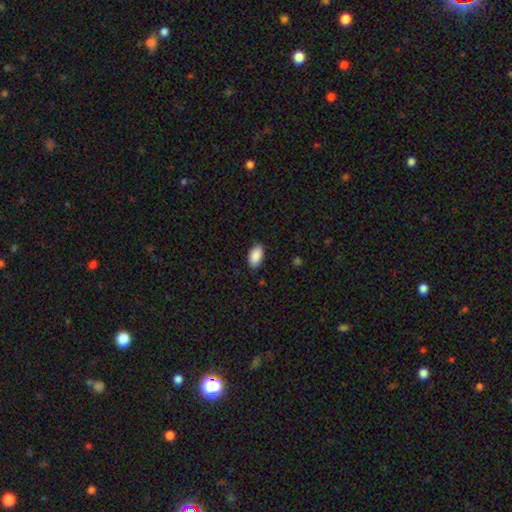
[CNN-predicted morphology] smooth 90%, star or artifact 6%, featured or disk 3%. Down the decision tree: how rounded — in between (95%); merging — none (87%).